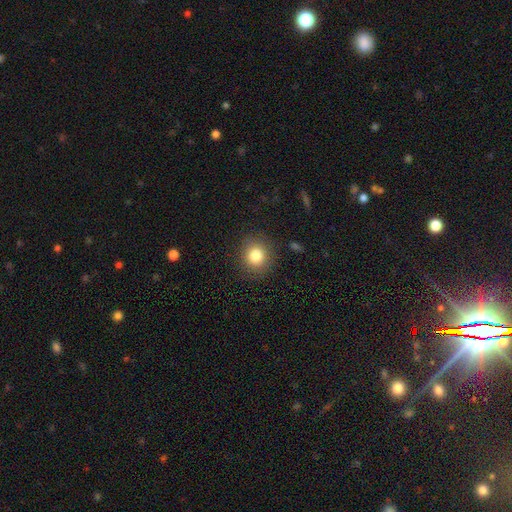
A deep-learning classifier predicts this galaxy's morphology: Q: Smooth or featured?
A: smooth (82%); runner-up: star or artifact (11%)
Q: How rounded?
A: round (87%); runner-up: in between (12%)
Q: Merging?
A: none (88%); runner-up: minor disturbance (8%)